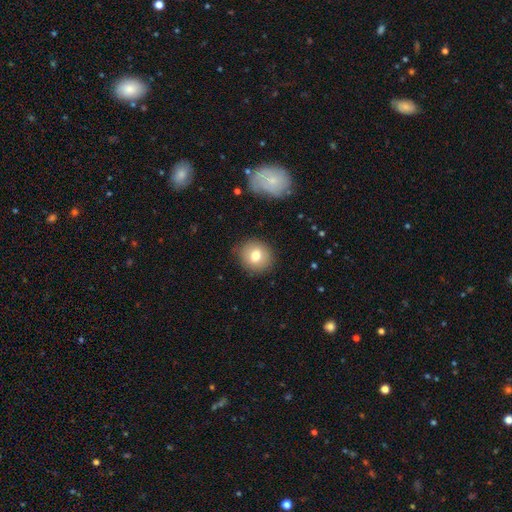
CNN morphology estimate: Smooth or featured: smooth — 77% (featured or disk — 14%)
How rounded: round — 85% (in between — 14%)
Merging: none — 87% (minor disturbance — 9%)